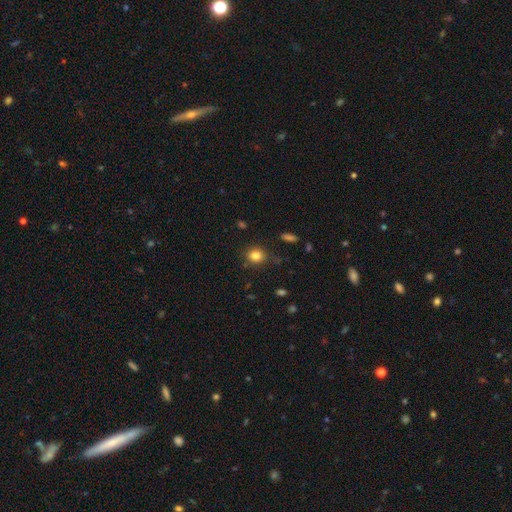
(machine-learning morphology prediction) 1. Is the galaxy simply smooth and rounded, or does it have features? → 83% smooth, 12% star or artifact, 6% featured or disk.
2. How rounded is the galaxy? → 74% round, 25% in between, 1% cigar-shaped.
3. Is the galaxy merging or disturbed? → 84% none, 11% minor disturbance, 3% major disturbance, 2% merger.